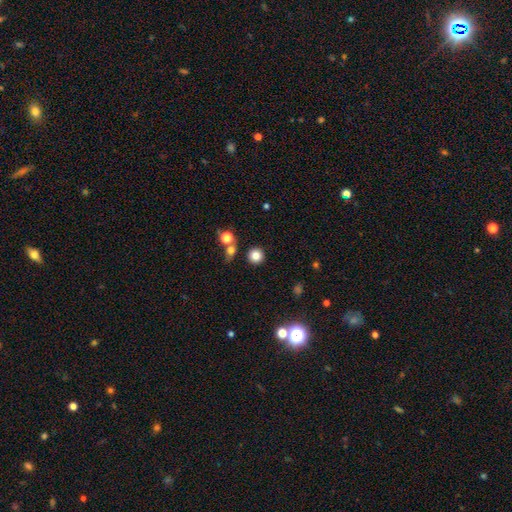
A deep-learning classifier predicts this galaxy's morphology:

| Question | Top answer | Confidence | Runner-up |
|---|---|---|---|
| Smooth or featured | smooth | 82% | star or artifact (12%) |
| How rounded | round | 94% | in between (5%) |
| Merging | none | 86% | minor disturbance (6%) |